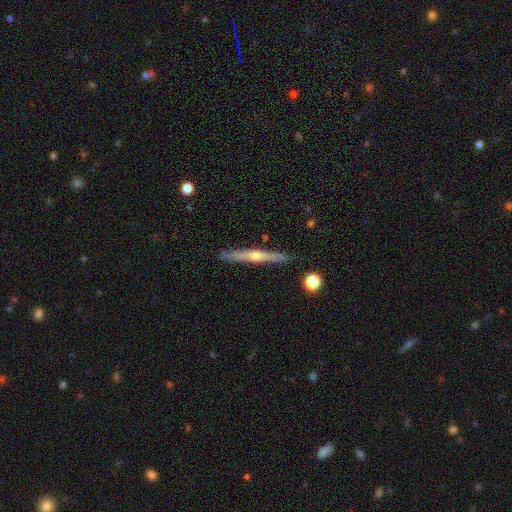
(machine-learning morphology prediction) featured or disk 72%, smooth 22%, star or artifact 6%. Down the decision tree: edge-on disk — yes (97%); edge-on bulge — rounded (83%); merging — none (91%).